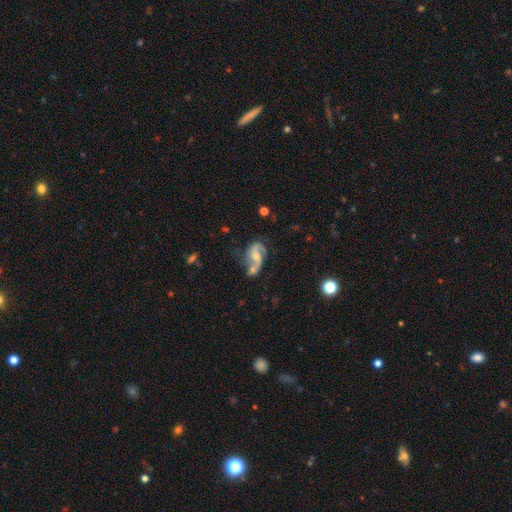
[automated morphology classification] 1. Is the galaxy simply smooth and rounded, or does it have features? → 77% featured or disk, 15% smooth, 7% star or artifact.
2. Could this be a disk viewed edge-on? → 97% no, 3% yes.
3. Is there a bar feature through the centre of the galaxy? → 49% no, 39% weak, 12% strong.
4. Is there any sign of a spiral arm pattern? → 91% yes, 9% no.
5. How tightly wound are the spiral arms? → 53% loose, 37% medium, 10% tight.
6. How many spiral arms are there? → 84% 2, 8% 1, 5% can't tell, 2% 3, 1% 4, 1% more than 4.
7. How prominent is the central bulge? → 47% moderate, 42% small, 6% none, 3% large, 1% dominant.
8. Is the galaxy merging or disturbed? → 37% none, 30% merger, 18% minor disturbance, 14% major disturbance.